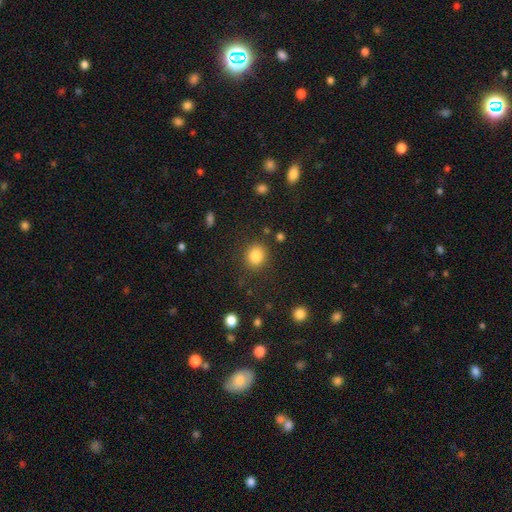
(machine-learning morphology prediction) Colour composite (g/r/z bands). It shows a smooth galaxy with no disk features (85%) that is round (75%). Merging: none (84%).